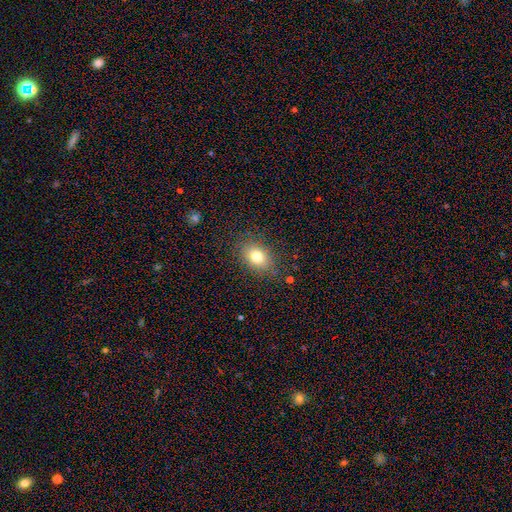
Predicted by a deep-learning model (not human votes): Q: Smooth or featured?
A: smooth (79%); runner-up: star or artifact (11%)
Q: How rounded?
A: in between (71%); runner-up: round (28%)
Q: Merging?
A: none (84%); runner-up: minor disturbance (11%)